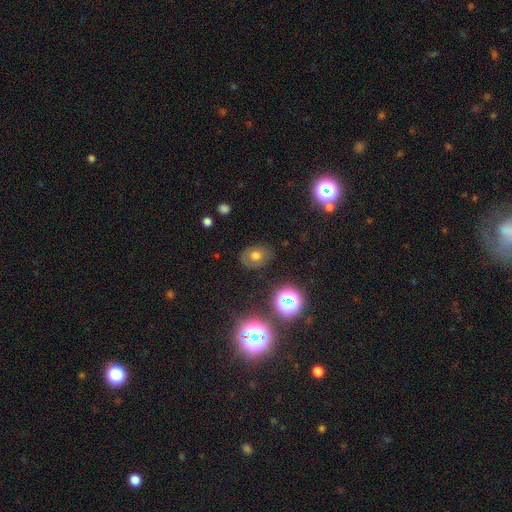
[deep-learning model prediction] Overall: smooth (62%). How rounded: in between (56%; round 43%). Merging: none (80%).